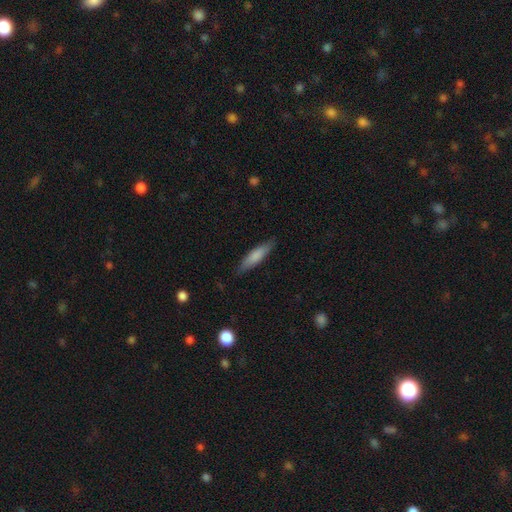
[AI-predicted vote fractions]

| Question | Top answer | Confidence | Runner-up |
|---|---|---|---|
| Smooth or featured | smooth | 79% | featured or disk (16%) |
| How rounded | cigar-shaped | 75% | in between (23%) |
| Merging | none | 85% | minor disturbance (12%) |